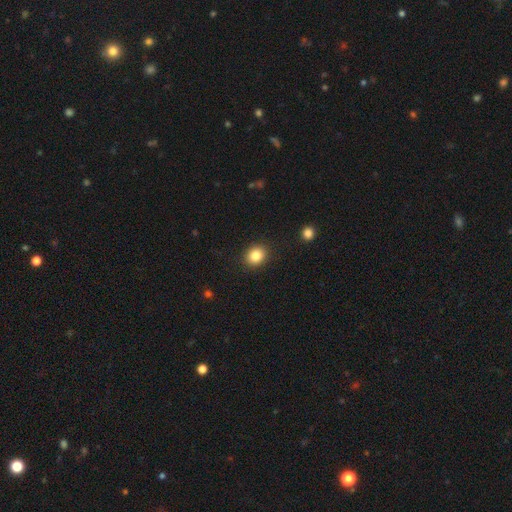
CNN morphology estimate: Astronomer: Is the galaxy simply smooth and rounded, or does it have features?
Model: smooth — 84%.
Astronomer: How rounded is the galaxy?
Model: round — 61% (runner-up: in between, 38%).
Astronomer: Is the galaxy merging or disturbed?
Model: none — 90%.